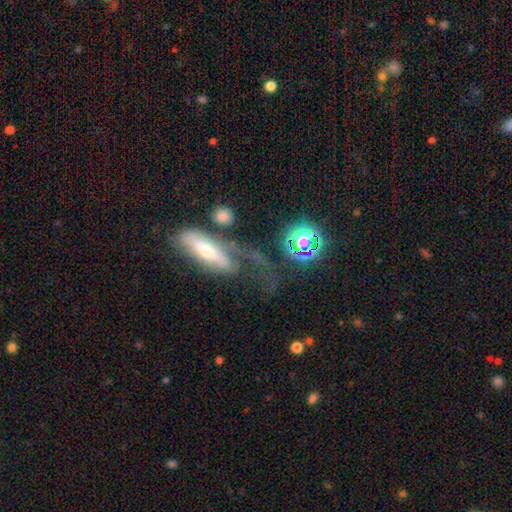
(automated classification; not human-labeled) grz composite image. It shows a featured or disk galaxy (52%). Merging: none (35%).